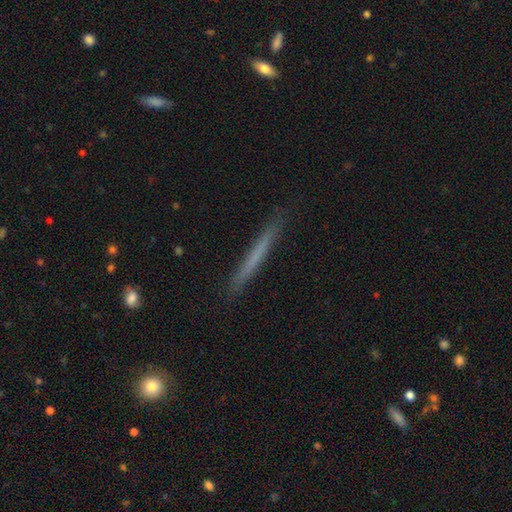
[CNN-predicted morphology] Q: Smooth or featured?
A: smooth (57%); runner-up: featured or disk (37%)
Q: How rounded?
A: cigar-shaped (97%); runner-up: in between (2%)
Q: Merging?
A: none (90%); runner-up: minor disturbance (8%)